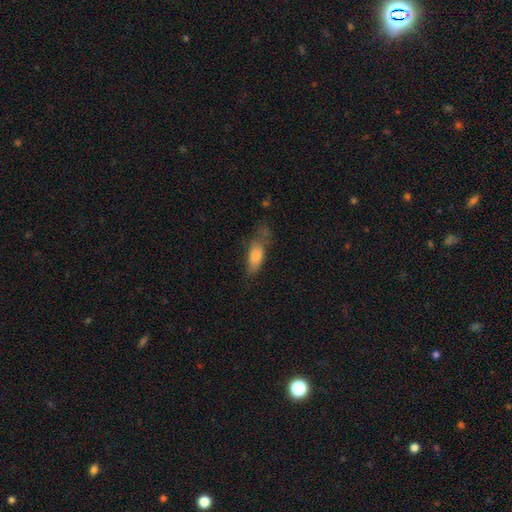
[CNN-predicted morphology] The model was most divided on "merging": minor disturbance: 33%, none: 32%, major disturbance: 30%, merger: 4%. More confident: smooth or featured — smooth (77%); how rounded — in between (74%).